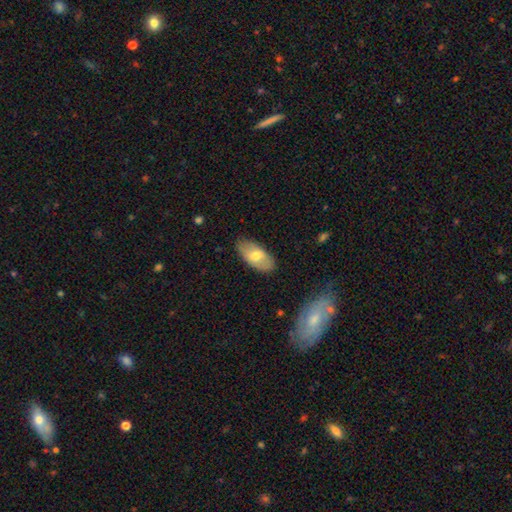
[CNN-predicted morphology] The model was most divided on "smooth or featured": smooth: 65%, featured or disk: 29%, star or artifact: 6%. More confident: how rounded — in between (93%); merging — none (82%).